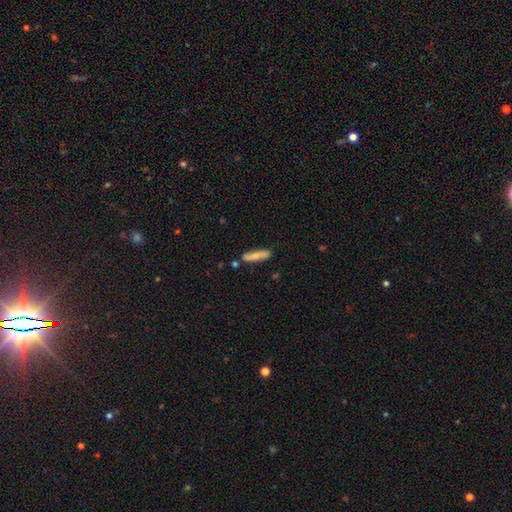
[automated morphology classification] type=smooth (73%); roundness=cigar-shaped (76%); merging=none (76%).